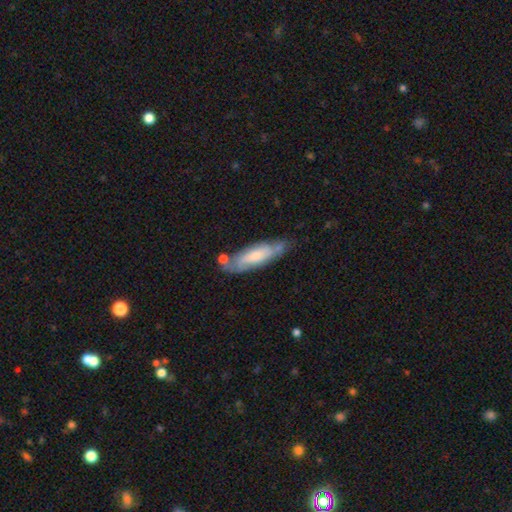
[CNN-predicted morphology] smooth 52%, featured or disk 42%, star or artifact 6%. Down the decision tree: how rounded — cigar-shaped (56%); merging — none (58%).